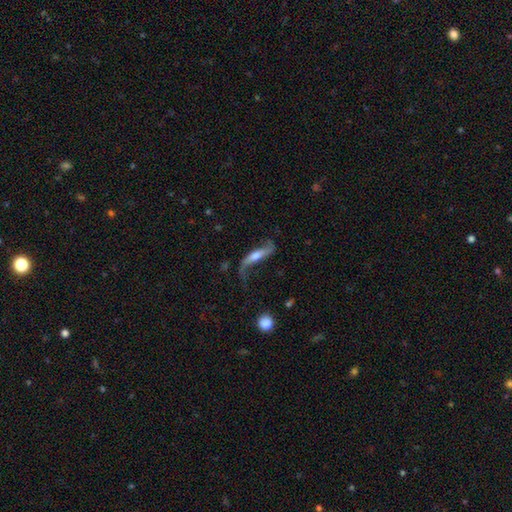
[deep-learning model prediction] Q: Smooth or featured?
A: featured or disk (72%); runner-up: smooth (21%)
Q: Edge-on disk?
A: no (60%); runner-up: yes (40%)
Q: Merging?
A: none (50%); runner-up: major disturbance (24%)